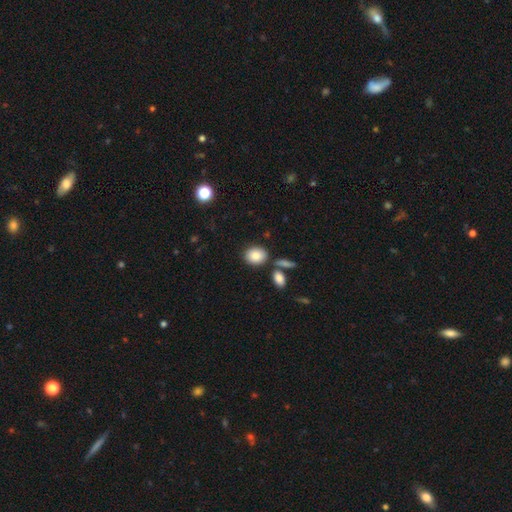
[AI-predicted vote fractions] A smooth galaxy with no disk features (83%) that is in between round and cigar-shaped (50%).

Vote fractions:
- Smooth or featured? smooth: 83% / featured or disk: 8% / star or artifact: 8%
- How rounded? in between: 50% / round: 49% / cigar-shaped: 2%
- Merging? none: 76% / merger: 11% / minor disturbance: 10% / major disturbance: 3%